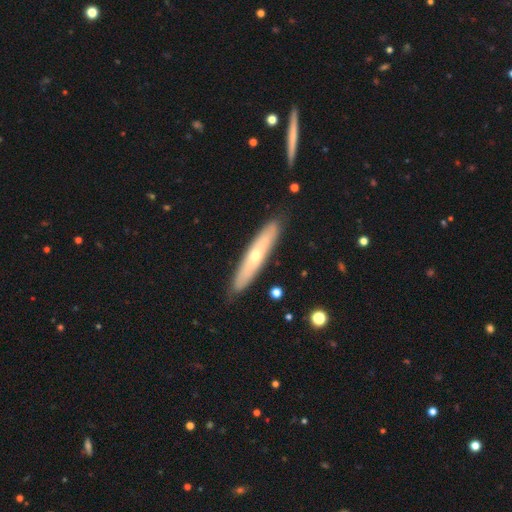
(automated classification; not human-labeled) Morphology: type=featured or disk (48%); merging=none (88%).